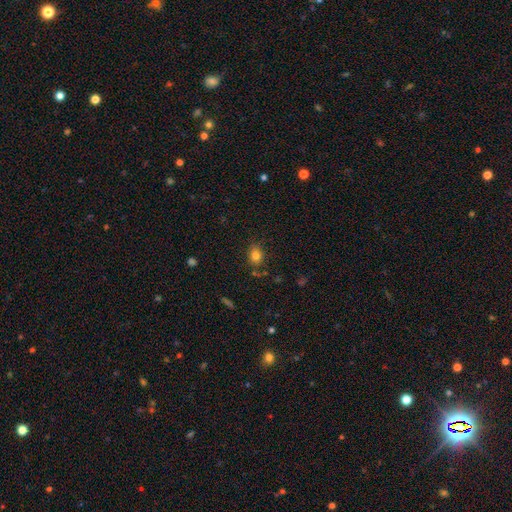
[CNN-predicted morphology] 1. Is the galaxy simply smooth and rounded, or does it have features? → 79% smooth, 13% star or artifact, 8% featured or disk.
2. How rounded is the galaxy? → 51% in between, 48% round, 1% cigar-shaped.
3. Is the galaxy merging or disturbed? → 76% none, 16% minor disturbance, 4% major disturbance, 4% merger.